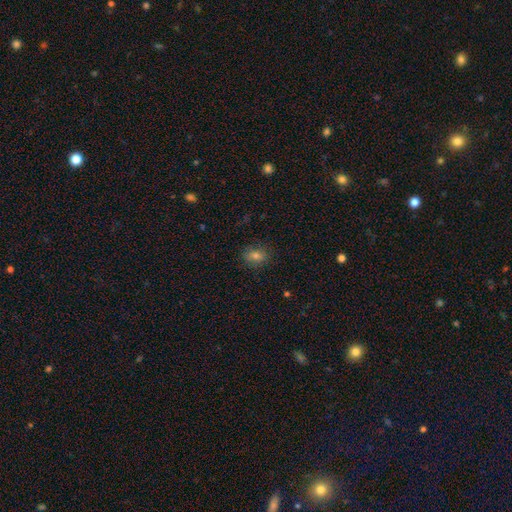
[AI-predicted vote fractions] This is likely a smooth galaxy (74%). How rounded: possibly in between (59%). Merging: clearly none (86%).